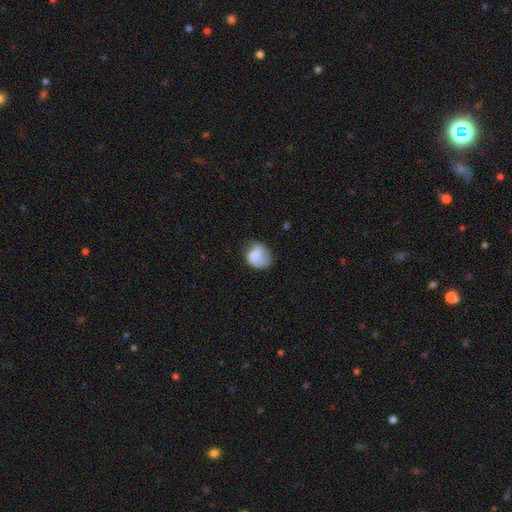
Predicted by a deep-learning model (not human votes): The model was most divided on "how rounded": round: 50%, in between: 49%, cigar-shaped: 1%. Remaining: smooth or featured — smooth (74%); merging — none (44%).